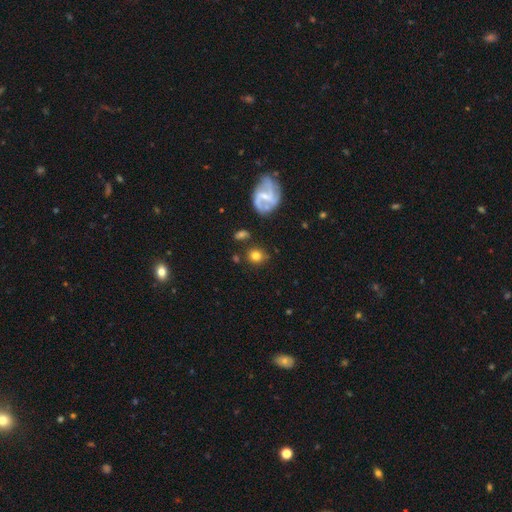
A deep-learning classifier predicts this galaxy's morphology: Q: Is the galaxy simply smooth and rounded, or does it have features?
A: smooth — 67%.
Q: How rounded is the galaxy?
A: round — 81%.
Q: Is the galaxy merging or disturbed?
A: none — 77%.